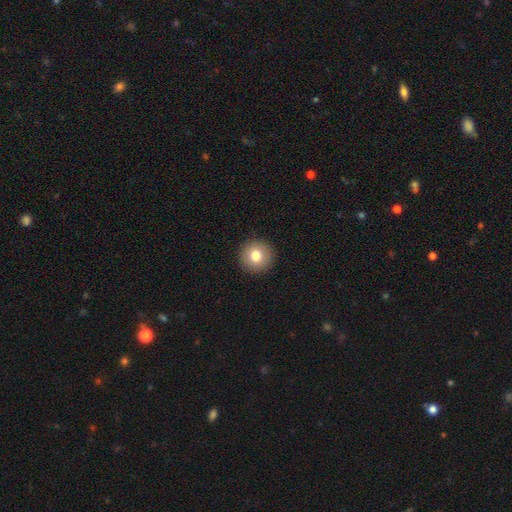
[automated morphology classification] This is likely a smooth galaxy (78%). How rounded: clearly round (95%). Merging: clearly none (93%).